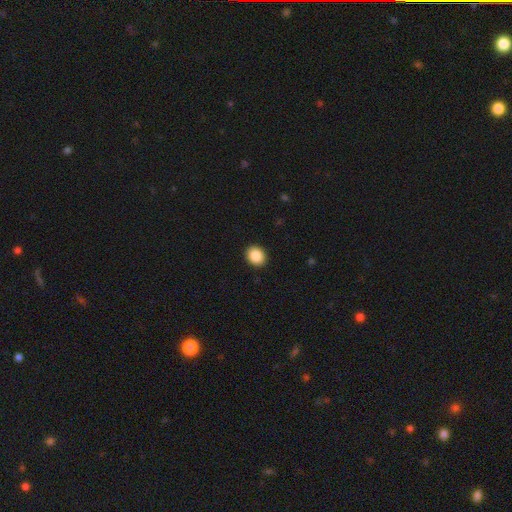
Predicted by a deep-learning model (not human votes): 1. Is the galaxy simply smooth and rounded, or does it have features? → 89% smooth, 8% star or artifact, 3% featured or disk.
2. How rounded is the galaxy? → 63% round, 36% in between, 1% cigar-shaped.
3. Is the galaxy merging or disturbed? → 92% none, 5% minor disturbance, 2% major disturbance, 1% merger.